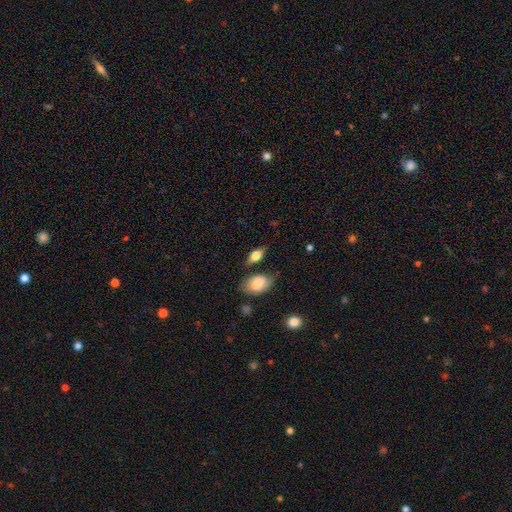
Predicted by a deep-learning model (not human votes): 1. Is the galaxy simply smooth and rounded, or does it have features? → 64% smooth, 28% featured or disk, 8% star or artifact.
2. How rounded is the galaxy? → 80% in between, 13% cigar-shaped, 8% round.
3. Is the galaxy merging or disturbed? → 72% none, 17% minor disturbance, 7% merger, 4% major disturbance.